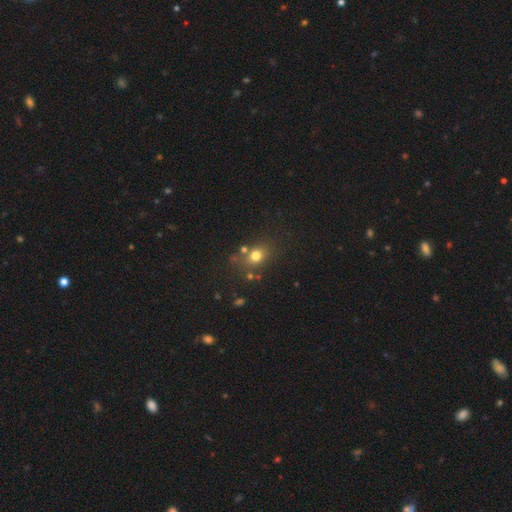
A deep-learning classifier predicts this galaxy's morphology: Smooth or featured?
  - smooth: 72% *
  - star or artifact: 17%
  - featured or disk: 10%
How rounded?
  - round: 57% *
  - in between: 42%
  - cigar-shaped: 1%
Merging?
  - none: 69% *
  - minor disturbance: 14%
  - merger: 11%
  - major disturbance: 6%